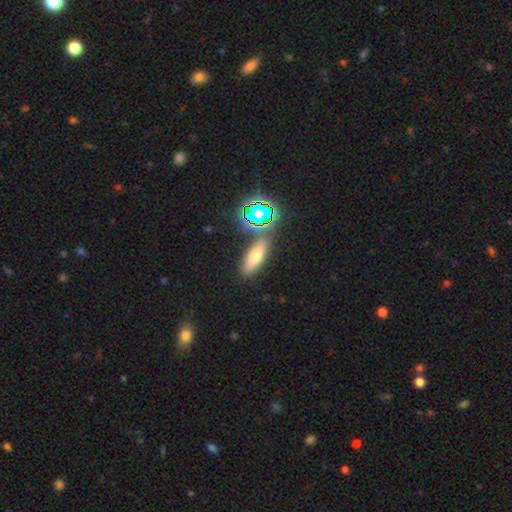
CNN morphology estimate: Smooth or featured?
  - smooth: 60% *
  - star or artifact: 24%
  - featured or disk: 16%
How rounded?
  - in between: 56% *
  - cigar-shaped: 35%
  - round: 9%
Merging?
  - none: 78% *
  - minor disturbance: 11%
  - merger: 7%
  - major disturbance: 4%